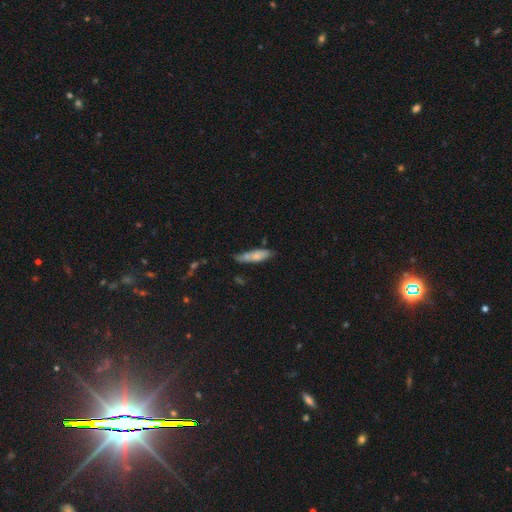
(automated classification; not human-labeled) Smooth or featured: smooth — 65% (featured or disk — 28%)
How rounded: cigar-shaped — 52% (in between — 46%)
Merging: none — 50% (minor disturbance — 31%)